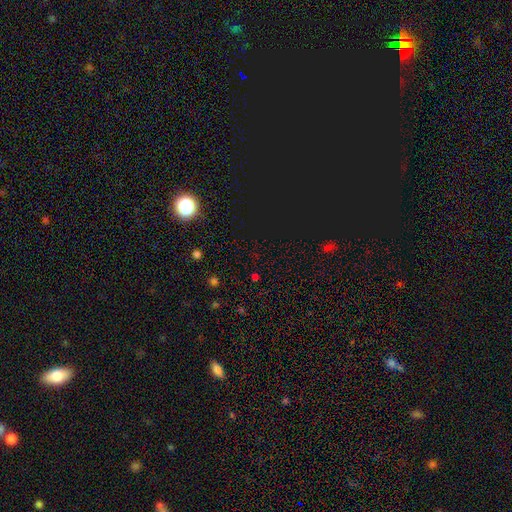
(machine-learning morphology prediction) This appears to be a star or artifact, not a galaxy (68%).